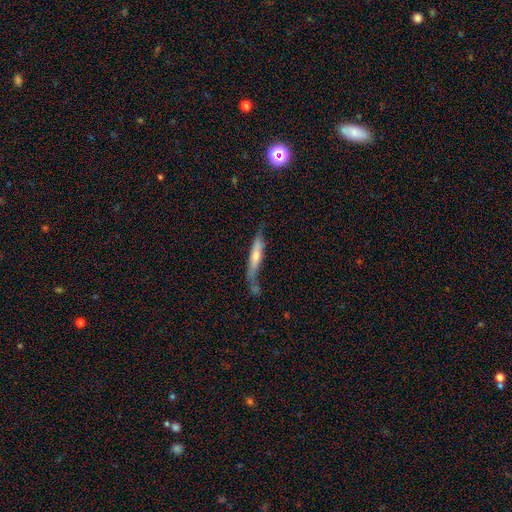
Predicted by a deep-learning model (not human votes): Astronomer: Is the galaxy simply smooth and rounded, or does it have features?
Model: smooth — 51% (runner-up: featured or disk, 43%).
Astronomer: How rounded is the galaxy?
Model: cigar-shaped — 87%.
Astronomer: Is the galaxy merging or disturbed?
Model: none — 50%.